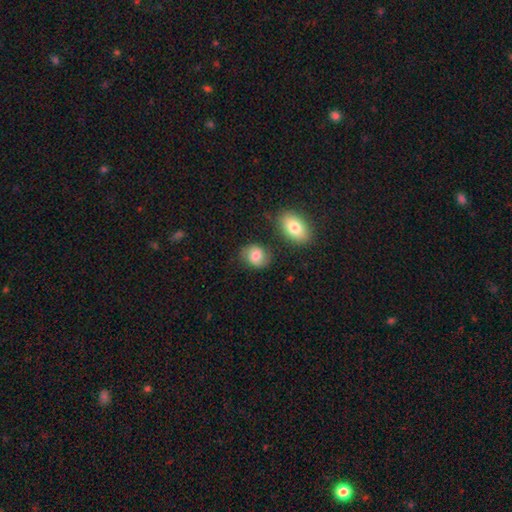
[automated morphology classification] This is likely a smooth galaxy (72%). How rounded: possibly in between (52%). Merging: likely none (76%).